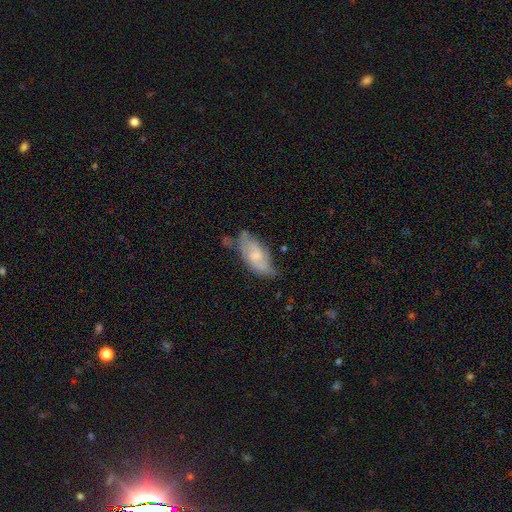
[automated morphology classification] A featured or disk galaxy (49%). Merging: none (47%).